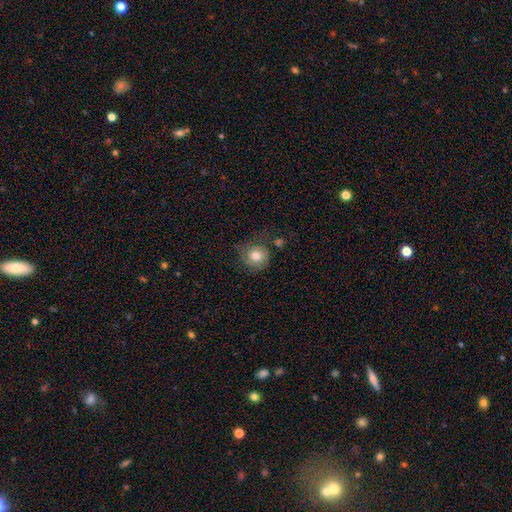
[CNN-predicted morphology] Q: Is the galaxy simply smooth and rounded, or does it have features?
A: smooth — 78%.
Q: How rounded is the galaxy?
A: round — 87%.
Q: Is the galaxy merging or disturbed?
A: none — 64%.